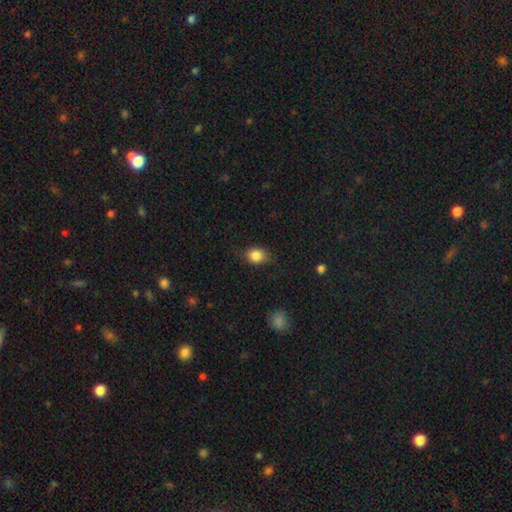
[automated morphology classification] A smooth galaxy with no disk features (84%) that is round (50%). Merging: none (76%).